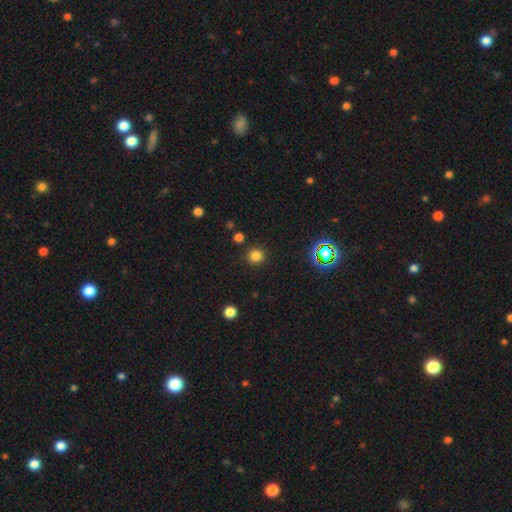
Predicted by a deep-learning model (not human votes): Smooth or featured? Predicted: smooth (p=0.78). How rounded? Predicted: round (p=0.94). Merging? Predicted: none (p=0.88).